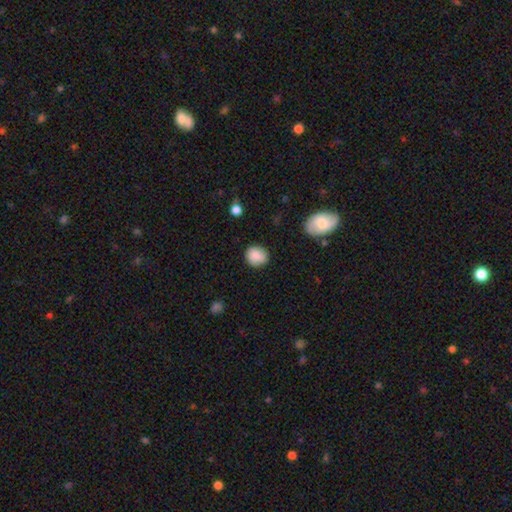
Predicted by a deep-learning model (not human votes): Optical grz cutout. It shows a smooth galaxy with no disk features (86%) that is round (80%). Merging: none (83%).